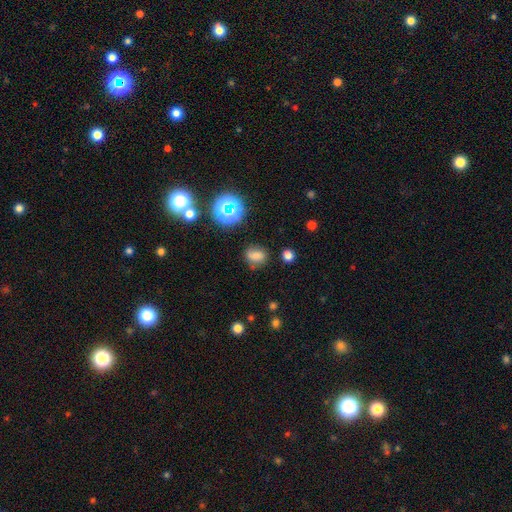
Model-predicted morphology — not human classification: smooth 70%, star or artifact 19%, featured or disk 11%. Down the decision tree: how rounded — in between (60%); merging — none (68%).